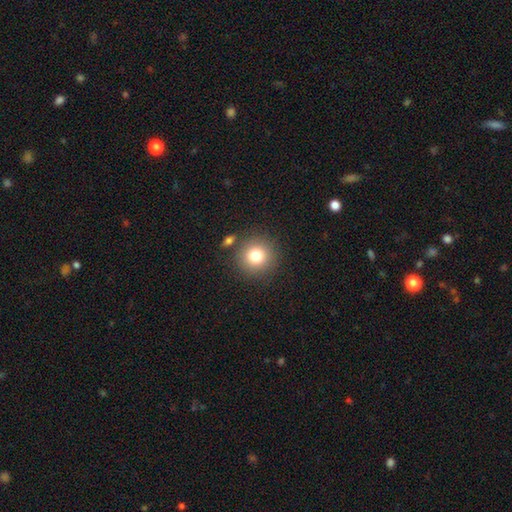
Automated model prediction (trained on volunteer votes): Smooth or featured? smooth (79%)
How rounded? round (94%)
Merging? none (83%)